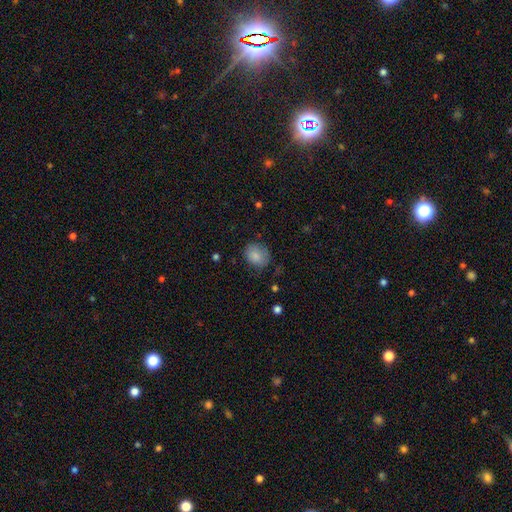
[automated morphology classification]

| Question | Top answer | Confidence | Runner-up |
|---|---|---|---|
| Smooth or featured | smooth | 83% | featured or disk (9%) |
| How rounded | round | 50% | in between (49%) |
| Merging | none | 68% | minor disturbance (24%) |